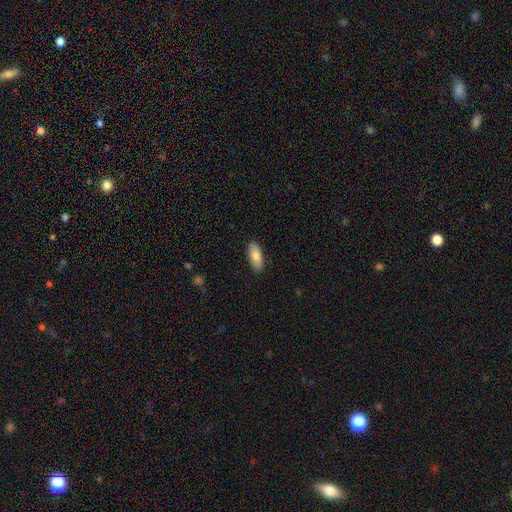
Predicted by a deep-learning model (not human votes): Overall: smooth (81%). How rounded: in between (83%). Merging: none (89%).